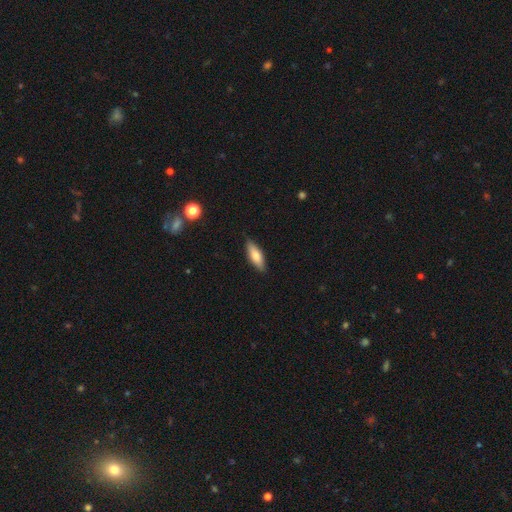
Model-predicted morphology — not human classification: type=smooth (75%); roundness=in between (59%); merging=none (86%).